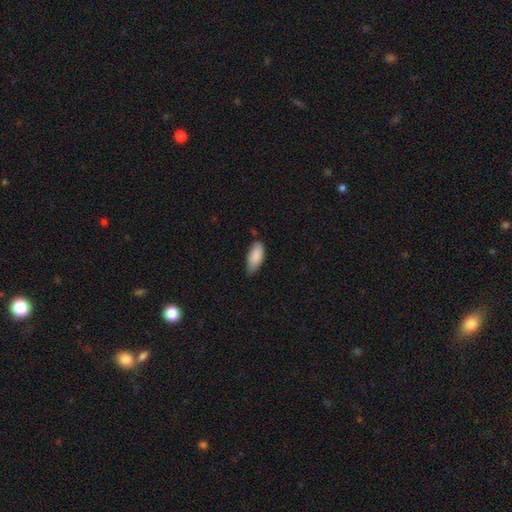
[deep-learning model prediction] smooth-or-featured: smooth: 89% | star or artifact: 6% | featured or disk: 5%
  how-rounded: in between: 87% | cigar-shaped: 11% | round: 2%
  merging: none: 64% | minor disturbance: 31% | major disturbance: 4% | merger: 2%